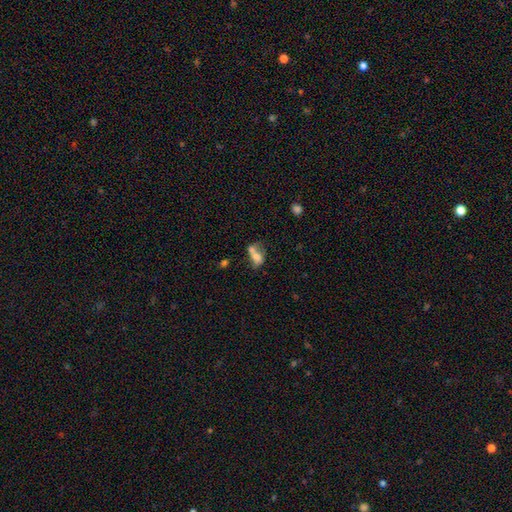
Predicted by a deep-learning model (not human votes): smooth-or-featured: smooth: 65% | featured or disk: 24% | star or artifact: 12%
  how-rounded: in between: 77% | round: 19% | cigar-shaped: 4%
  merging: merger: 55% | none: 20% | major disturbance: 13% | minor disturbance: 12%